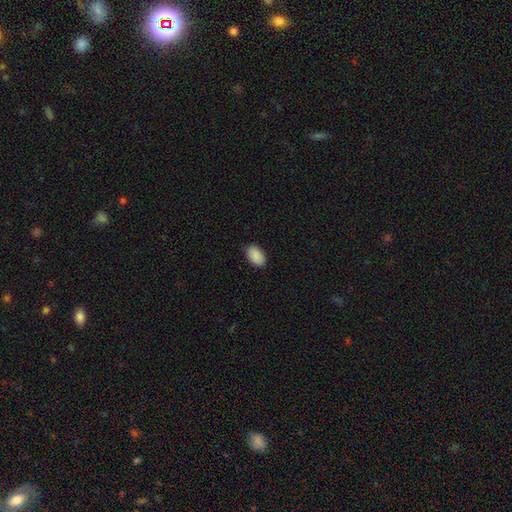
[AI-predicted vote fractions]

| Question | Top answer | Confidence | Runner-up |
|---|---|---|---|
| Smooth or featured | smooth | 90% | star or artifact (6%) |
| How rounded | in between | 92% | round (6%) |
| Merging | none | 88% | minor disturbance (9%) |